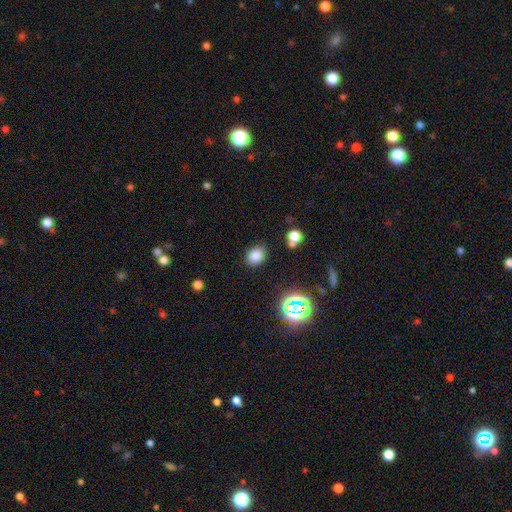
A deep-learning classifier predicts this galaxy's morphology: A smooth galaxy with no disk features (79%) that is in between round and cigar-shaped (54%). Merging: none (84%).